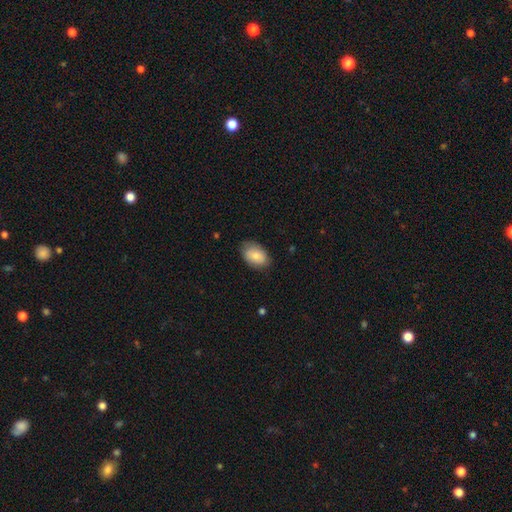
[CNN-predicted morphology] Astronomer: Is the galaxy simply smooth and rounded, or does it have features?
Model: smooth — 83%.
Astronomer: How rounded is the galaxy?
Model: in between — 89%.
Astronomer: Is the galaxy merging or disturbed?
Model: none — 79%.